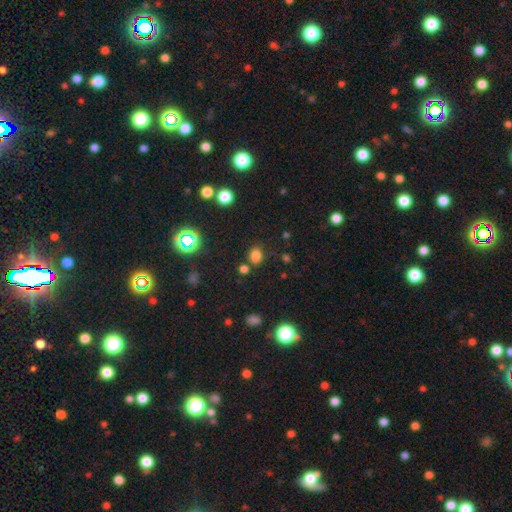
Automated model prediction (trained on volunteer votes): A smooth galaxy with no disk features (74%) that is round (51%).

Vote fractions:
- Smooth or featured? smooth: 74% / star or artifact: 21% / featured or disk: 5%
- How rounded? round: 51% / in between: 48% / cigar-shaped: 1%
- Merging? none: 74% / minor disturbance: 13% / merger: 9% / major disturbance: 5%